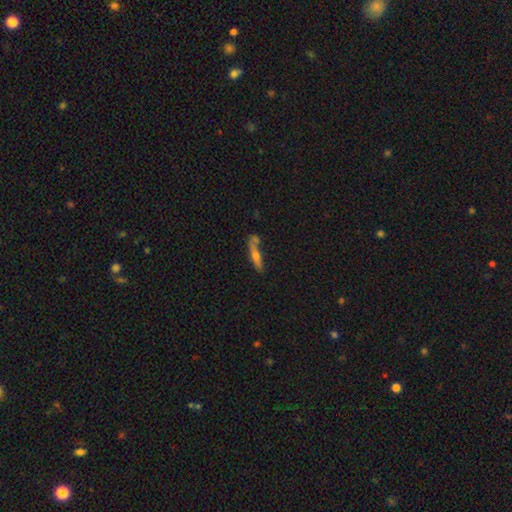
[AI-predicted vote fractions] Morphology: type=smooth (48%); merging=none (52%).